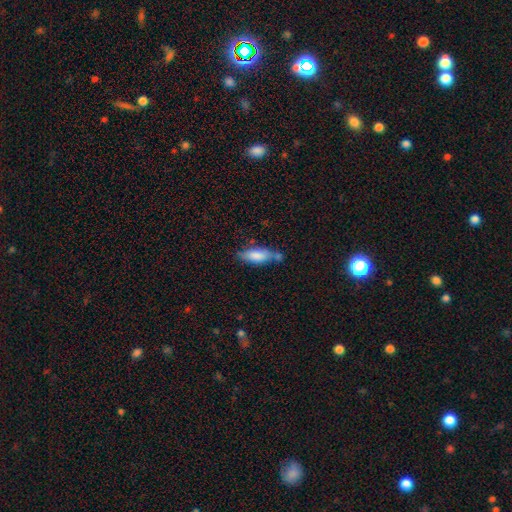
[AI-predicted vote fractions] This is likely a smooth galaxy (79%). How rounded: likely in between (69%). Merging: possibly none (50%).